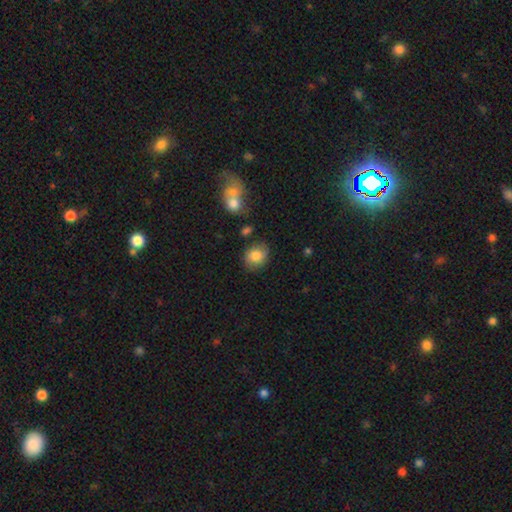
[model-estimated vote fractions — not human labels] Overall: smooth (80%). How rounded: round (62%; in between 37%). Merging: none (76%).